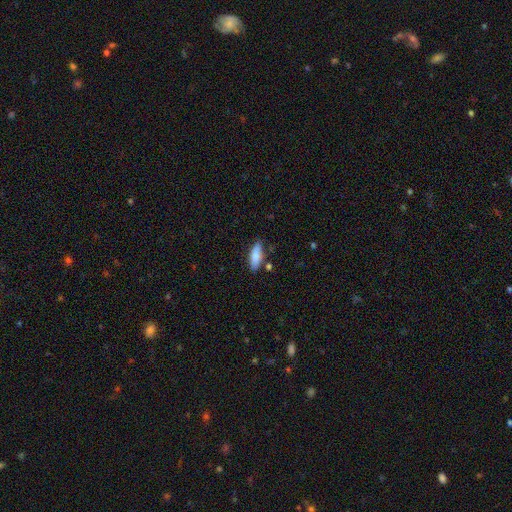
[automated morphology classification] A smooth galaxy with no disk features (79%) that is in between round and cigar-shaped (60%). Merging: none (78%).